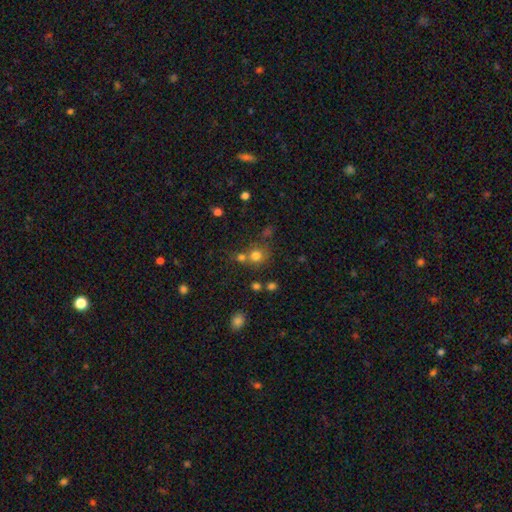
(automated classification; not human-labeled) Smooth or featured: smooth — 74% (star or artifact — 17%)
How rounded: round — 86% (in between — 13%)
Merging: none — 56% (merger — 31%)